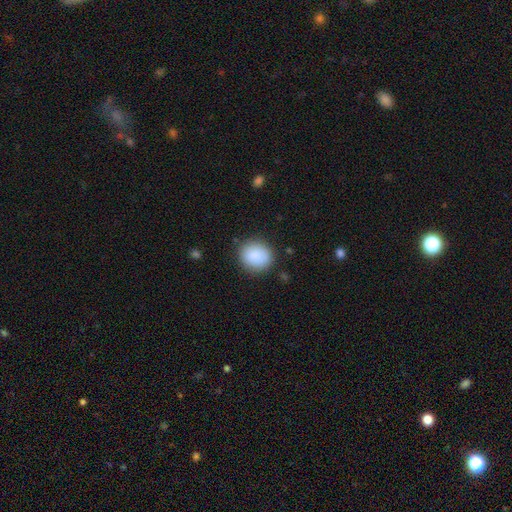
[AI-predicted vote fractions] Smooth or featured? Predicted: smooth (p=0.88). How rounded? Predicted: round (p=0.81). Merging? Predicted: none (p=0.85).